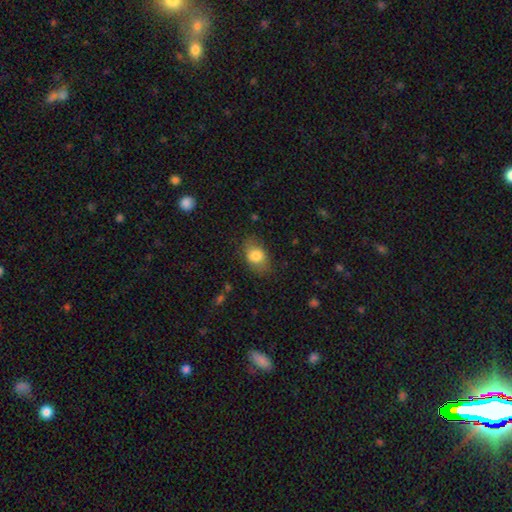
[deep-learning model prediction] Smooth or featured?
  - smooth: 80% *
  - featured or disk: 12%
  - star or artifact: 8%
How rounded?
  - in between: 77% *
  - round: 22%
  - cigar-shaped: 1%
Merging?
  - none: 75% *
  - minor disturbance: 18%
  - major disturbance: 6%
  - merger: 1%